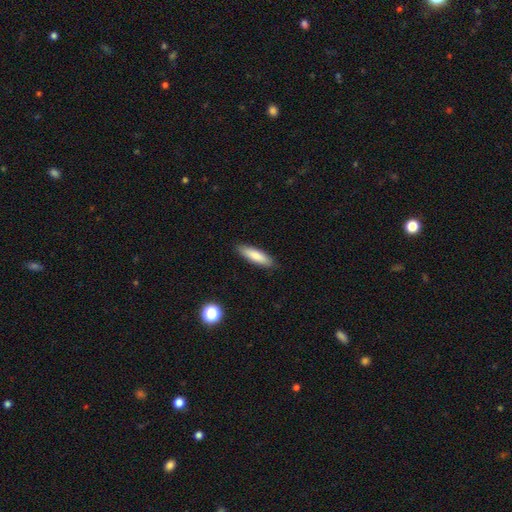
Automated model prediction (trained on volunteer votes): Smooth or featured? smooth (82%)
How rounded? cigar-shaped (63%)
Merging? none (88%)